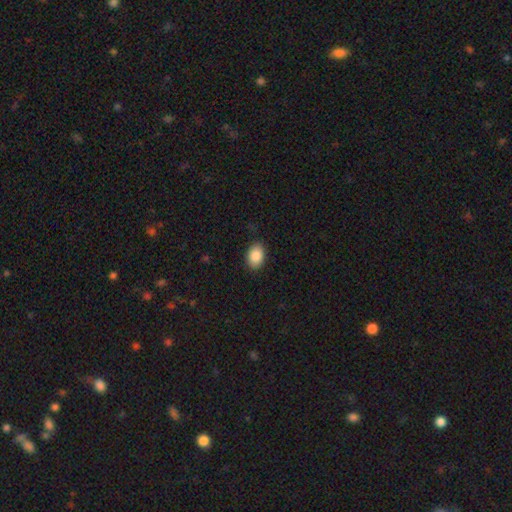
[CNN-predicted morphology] The model was most divided on "how rounded": in between: 80%, round: 18%, cigar-shaped: 1%. More confident: smooth or featured — smooth (88%); merging — none (86%).